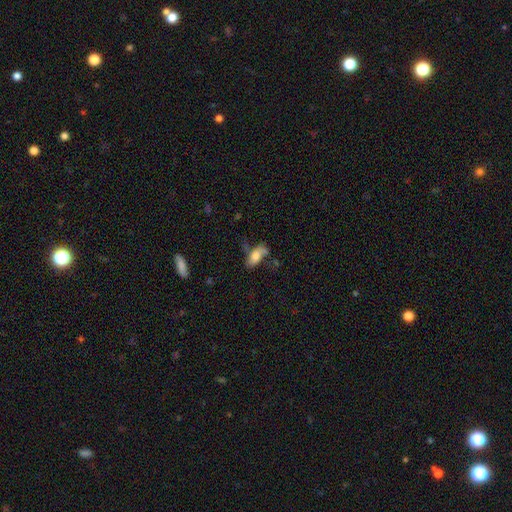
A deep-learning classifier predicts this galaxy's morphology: Overall: smooth (59%; featured or disk 32%). How rounded: in between (84%). Merging: none (41%; minor disturbance 27%).